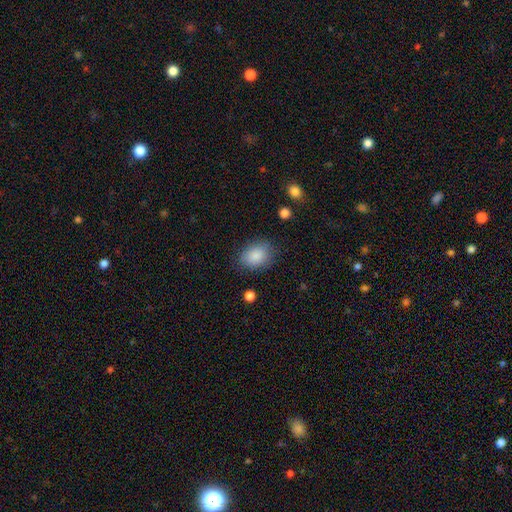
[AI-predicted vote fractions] Smooth or featured: smooth — 87% (star or artifact — 8%)
How rounded: in between — 75% (round — 24%)
Merging: none — 79% (minor disturbance — 15%)